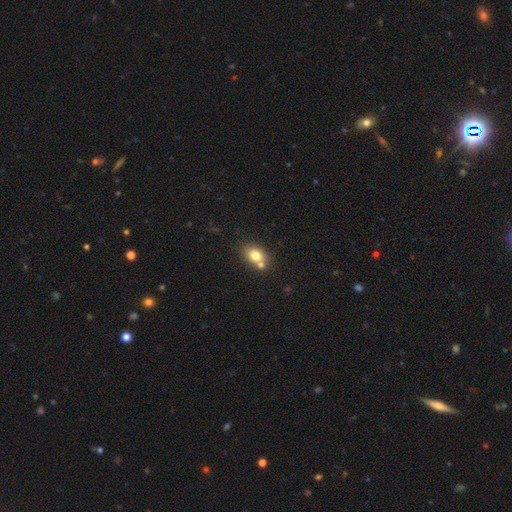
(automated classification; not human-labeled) A smooth galaxy with no disk features (76%) that is in between round and cigar-shaped (66%).

Vote fractions:
- Smooth or featured? smooth: 76% / featured or disk: 14% / star or artifact: 10%
- How rounded? in between: 66% / round: 33% / cigar-shaped: 1%
- Merging? none: 52% / merger: 34% / minor disturbance: 11% / major disturbance: 3%